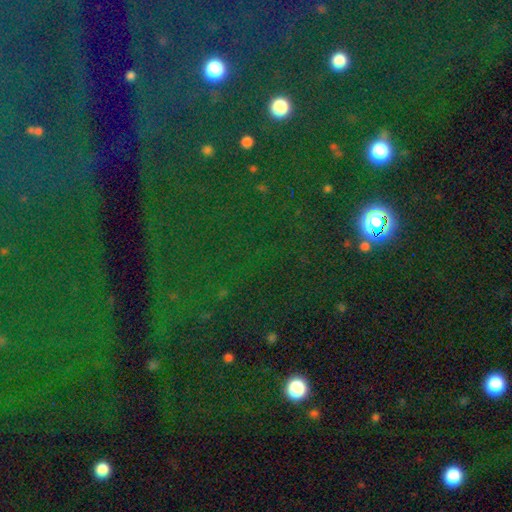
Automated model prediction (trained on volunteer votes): Smooth or featured: star or artifact — 81% (smooth — 12%)